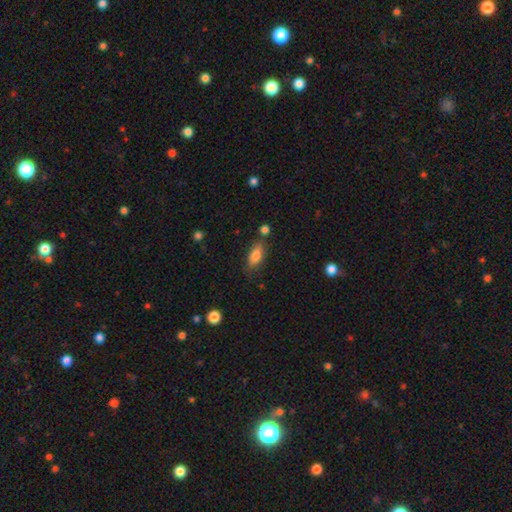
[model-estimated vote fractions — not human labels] The model was most divided on "merging": none: 70%, minor disturbance: 17%, merger: 8%, major disturbance: 4%. More confident: how rounded — in between (81%); smooth or featured — smooth (79%).